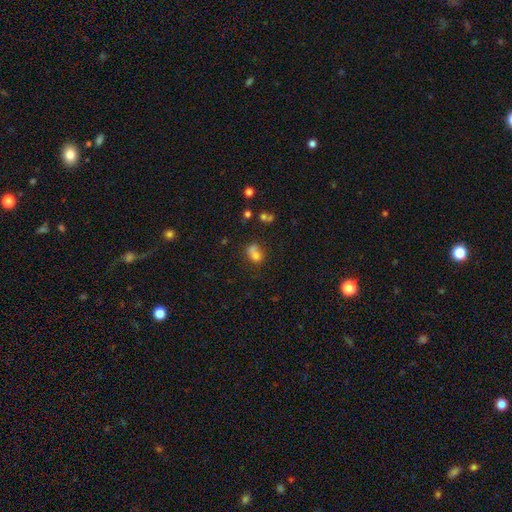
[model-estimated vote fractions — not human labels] Smooth or featured? smooth (70%)
How rounded? in between (56%)
Merging? merger (46%)